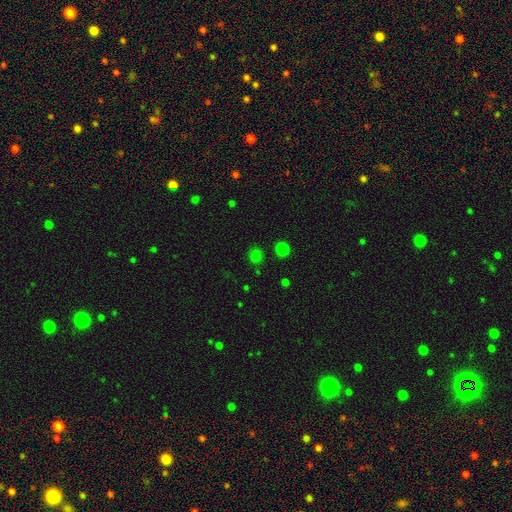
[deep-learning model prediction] A smooth galaxy with no disk features (69%) that is round (70%). Merging: none (81%).